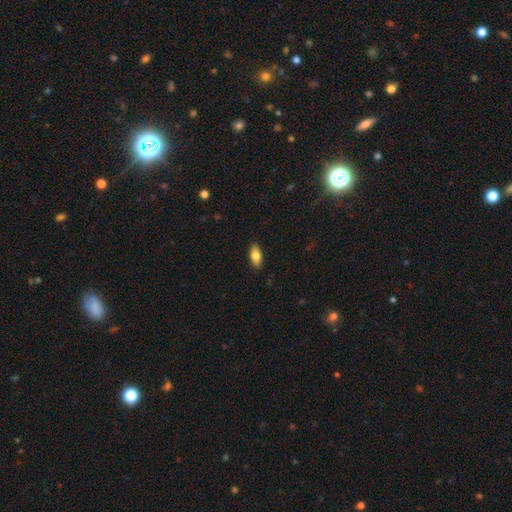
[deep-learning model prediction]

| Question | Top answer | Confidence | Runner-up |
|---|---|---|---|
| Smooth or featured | smooth | 78% | featured or disk (15%) |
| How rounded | in between | 85% | cigar-shaped (12%) |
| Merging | none | 88% | minor disturbance (9%) |